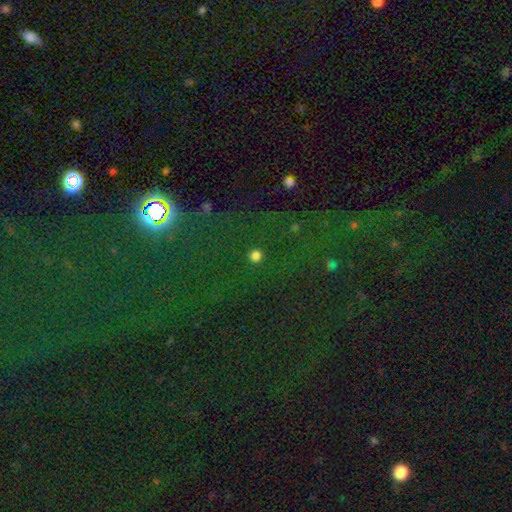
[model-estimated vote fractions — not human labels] Smooth or featured?
  - smooth: 79% *
  - star or artifact: 17%
  - featured or disk: 4%
How rounded?
  - round: 93% *
  - in between: 6%
  - cigar-shaped: 1%
Merging?
  - none: 91% *
  - minor disturbance: 5%
  - major disturbance: 2%
  - merger: 2%